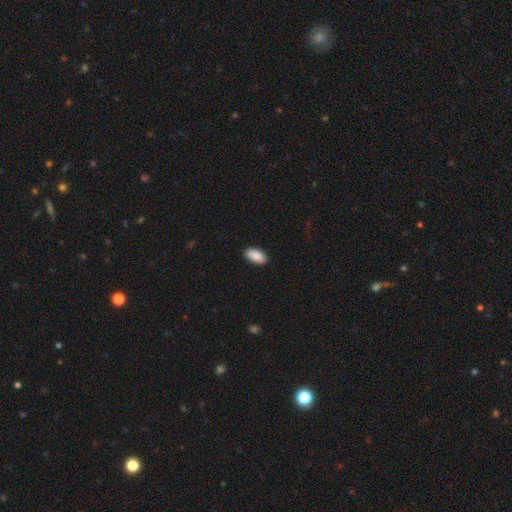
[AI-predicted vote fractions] smooth-or-featured: smooth: 90% | star or artifact: 6% | featured or disk: 3%
  how-rounded: in between: 94% | cigar-shaped: 4% | round: 2%
  merging: none: 89% | minor disturbance: 8% | major disturbance: 2% | merger: 1%